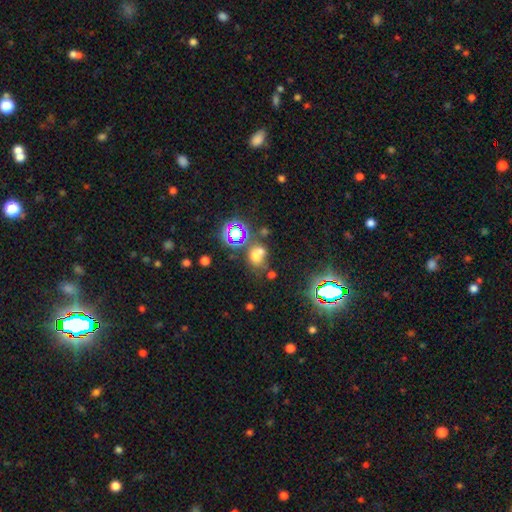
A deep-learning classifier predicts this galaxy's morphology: type=smooth (51%); roundness=round (55%); merging=none (42%).